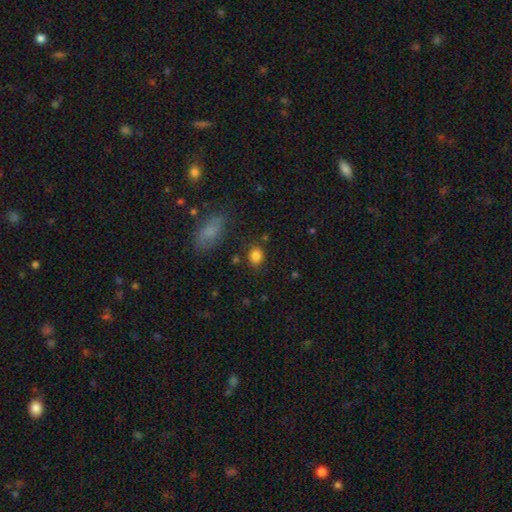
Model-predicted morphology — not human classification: Smooth or featured?
  - smooth: 83% *
  - star or artifact: 11%
  - featured or disk: 5%
How rounded?
  - in between: 51% *
  - round: 47%
  - cigar-shaped: 1%
Merging?
  - none: 81% *
  - minor disturbance: 12%
  - major disturbance: 4%
  - merger: 4%